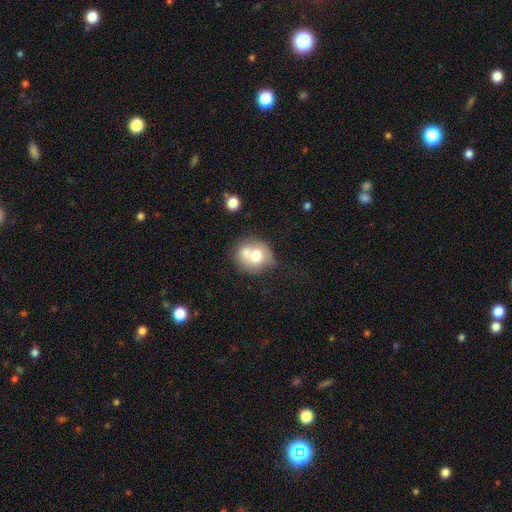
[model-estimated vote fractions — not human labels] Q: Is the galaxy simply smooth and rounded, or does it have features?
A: smooth — 66%.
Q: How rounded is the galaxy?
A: round — 71%.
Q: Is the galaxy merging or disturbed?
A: merger — 49%.